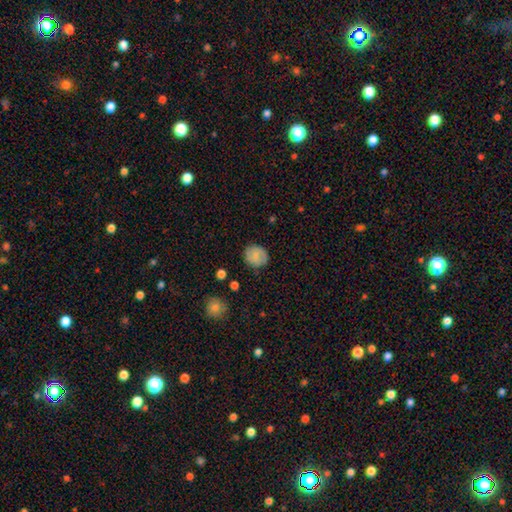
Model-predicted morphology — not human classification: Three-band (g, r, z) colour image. It shows a smooth galaxy with no disk features (73%) that is round (84%). Merging: none (82%).